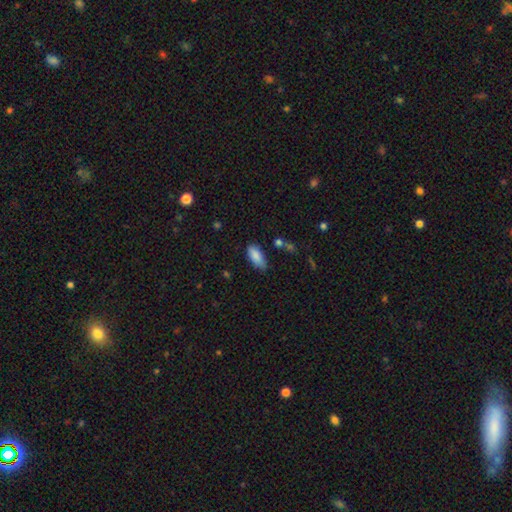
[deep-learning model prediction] Overall: smooth (87%). How rounded: in between (85%). Merging: none (68%).